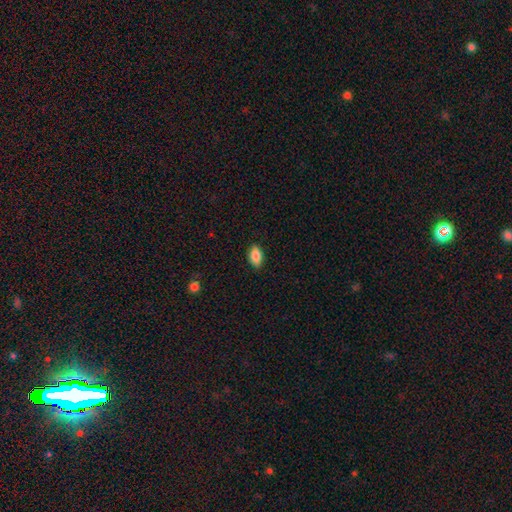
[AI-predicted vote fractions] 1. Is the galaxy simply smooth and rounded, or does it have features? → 85% smooth, 8% star or artifact, 7% featured or disk.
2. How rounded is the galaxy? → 91% in between, 6% round, 3% cigar-shaped.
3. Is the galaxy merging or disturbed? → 87% none, 10% minor disturbance, 2% major disturbance, 1% merger.